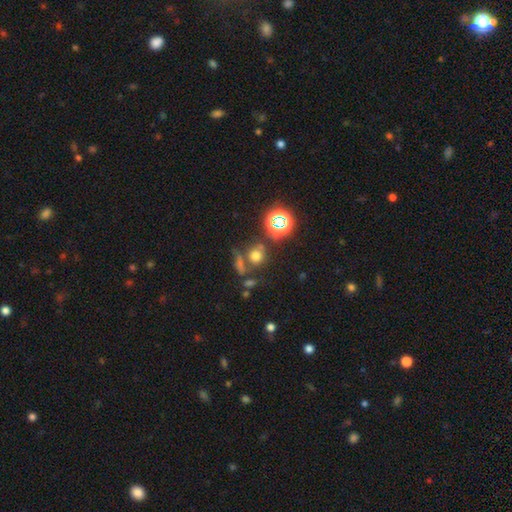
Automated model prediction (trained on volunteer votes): A smooth galaxy with no disk features (62%) that is round (82%). Merging: none (64%).